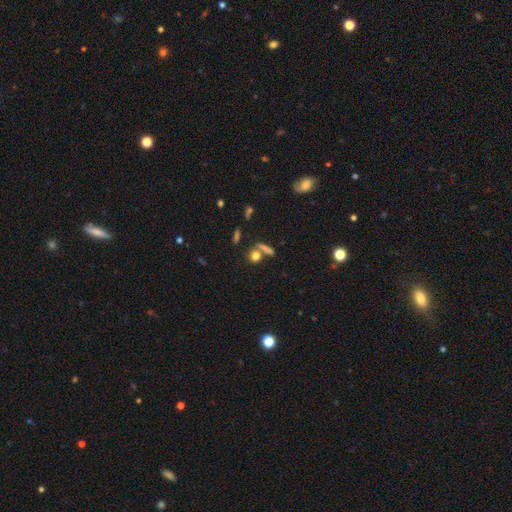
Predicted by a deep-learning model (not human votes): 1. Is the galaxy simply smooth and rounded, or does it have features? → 76% smooth, 15% star or artifact, 10% featured or disk.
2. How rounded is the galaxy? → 76% round, 18% in between, 6% cigar-shaped.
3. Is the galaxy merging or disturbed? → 61% none, 25% merger, 9% minor disturbance, 5% major disturbance.